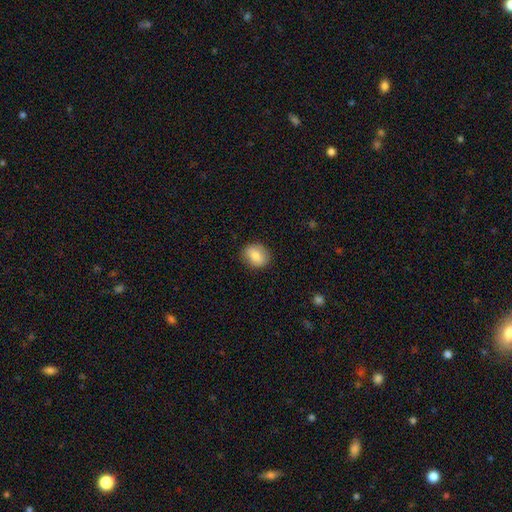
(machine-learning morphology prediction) Smooth or featured: smooth — 83% (featured or disk — 10%)
How rounded: round — 58% (in between — 40%)
Merging: none — 85% (minor disturbance — 11%)